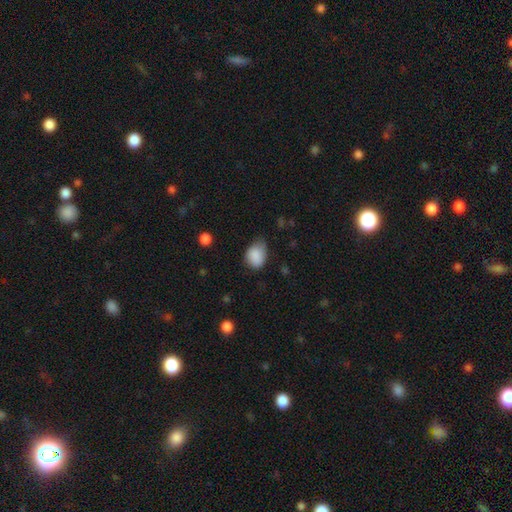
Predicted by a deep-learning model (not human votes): A smooth galaxy with no disk features (86%) that is in between round and cigar-shaped (63%). Merging: none (47%).